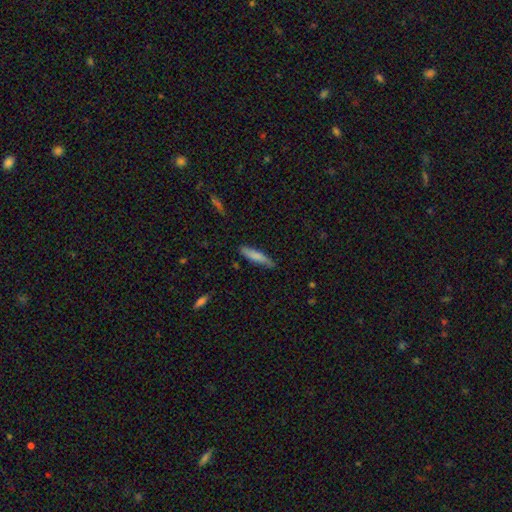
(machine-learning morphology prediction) A smooth galaxy with no disk features (78%) that is cigar-shaped (80%).

Vote fractions:
- Smooth or featured? smooth: 78% / featured or disk: 16% / star or artifact: 6%
- How rounded? cigar-shaped: 80% / in between: 19% / round: 1%
- Merging? none: 73% / minor disturbance: 22% / major disturbance: 4% / merger: 2%